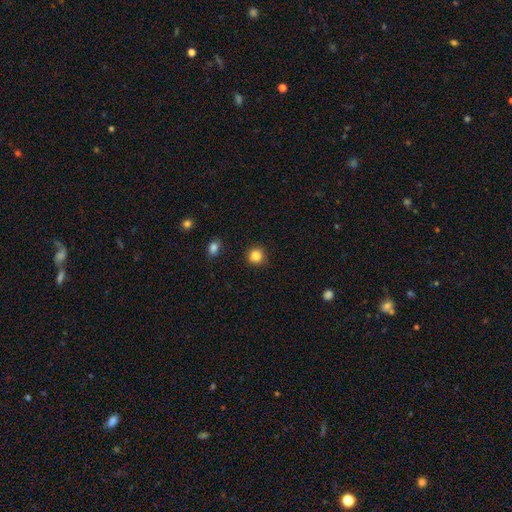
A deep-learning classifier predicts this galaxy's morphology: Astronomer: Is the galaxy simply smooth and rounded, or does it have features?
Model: smooth — 85%.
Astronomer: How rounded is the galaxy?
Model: round — 92%.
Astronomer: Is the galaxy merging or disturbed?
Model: none — 89%.